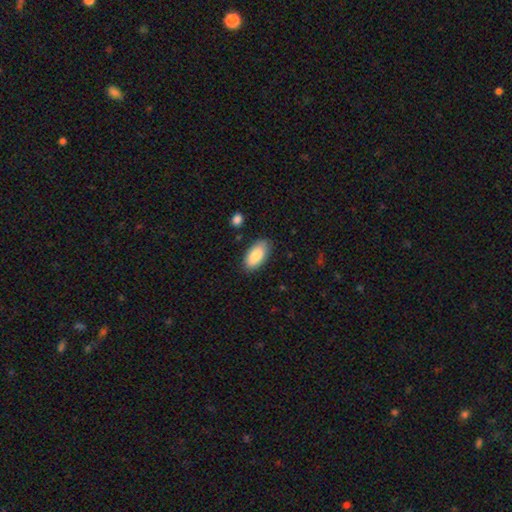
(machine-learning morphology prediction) smooth-or-featured: smooth: 86% | featured or disk: 8% | star or artifact: 6%
  how-rounded: in between: 93% | cigar-shaped: 5% | round: 2%
  merging: none: 82% | minor disturbance: 13% | major disturbance: 3% | merger: 2%